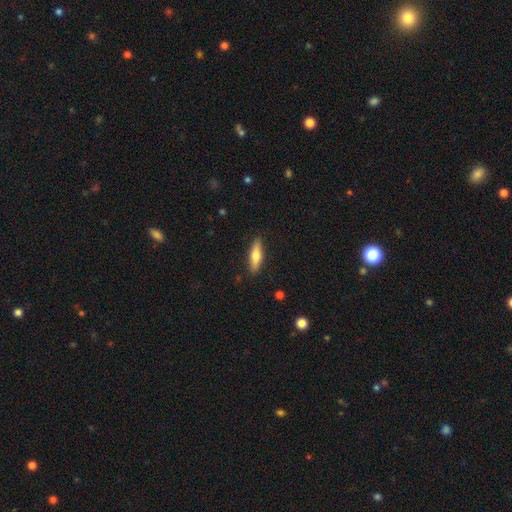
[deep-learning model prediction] This is likely a smooth galaxy (62%). How rounded: likely cigar-shaped (64%). Merging: clearly none (88%).